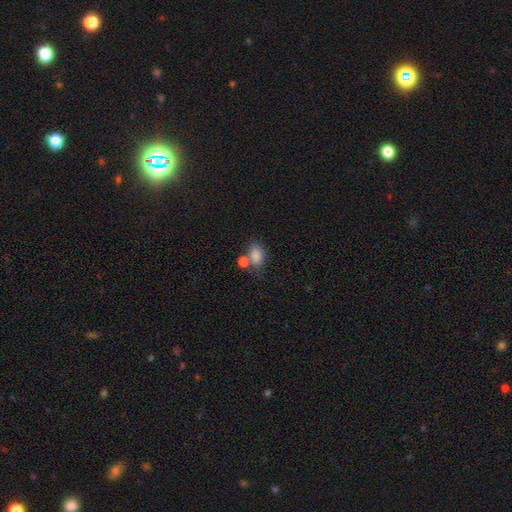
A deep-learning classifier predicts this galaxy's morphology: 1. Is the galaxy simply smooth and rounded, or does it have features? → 84% smooth, 10% star or artifact, 7% featured or disk.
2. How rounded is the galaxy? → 81% in between, 17% round, 2% cigar-shaped.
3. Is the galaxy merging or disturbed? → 50% none, 29% merger, 15% minor disturbance, 6% major disturbance.